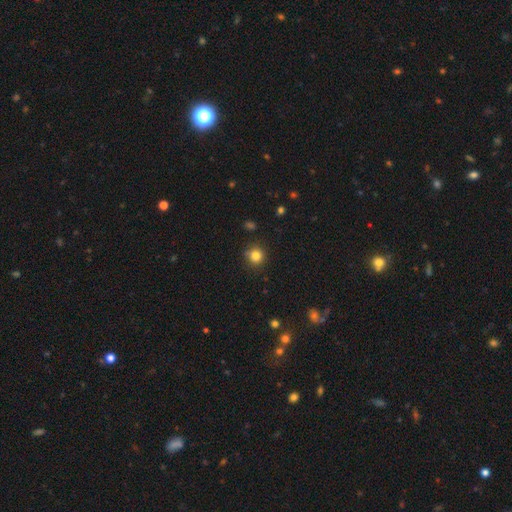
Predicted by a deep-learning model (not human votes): A smooth galaxy with no disk features (82%) that is round (88%). Merging: none (78%).